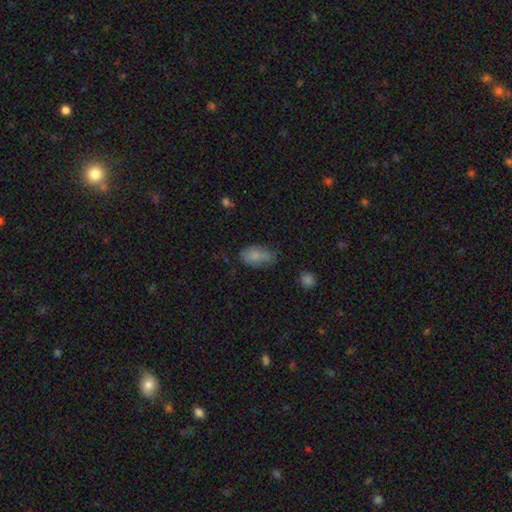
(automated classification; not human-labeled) A smooth galaxy with no disk features (81%) that is in between round and cigar-shaped (92%).

Vote fractions:
- Smooth or featured? smooth: 81% / featured or disk: 11% / star or artifact: 9%
- How rounded? in between: 92% / round: 5% / cigar-shaped: 2%
- Merging? none: 58% / minor disturbance: 30% / major disturbance: 8% / merger: 4%